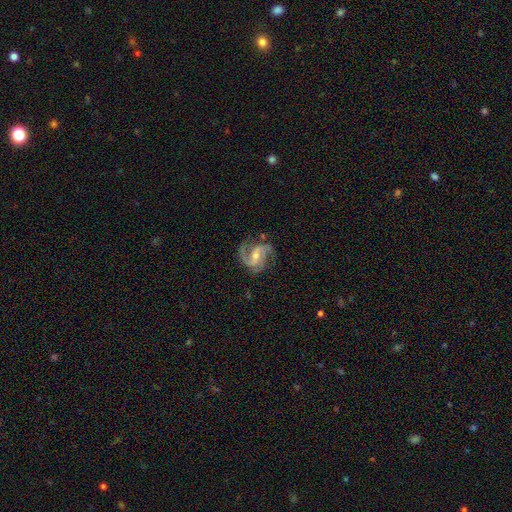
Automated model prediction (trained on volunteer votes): This is clearly a featured or disk galaxy (90%). It is clearly not viewed edge-on (98%). Bar: possibly weak (51%). Spiral arm pattern: clearly yes (98%). Spiral arm count: likely 2 (62%). Spiral winding: possibly medium (57%). Central bulge: possibly moderate (50%). Merging: likely none (67%).